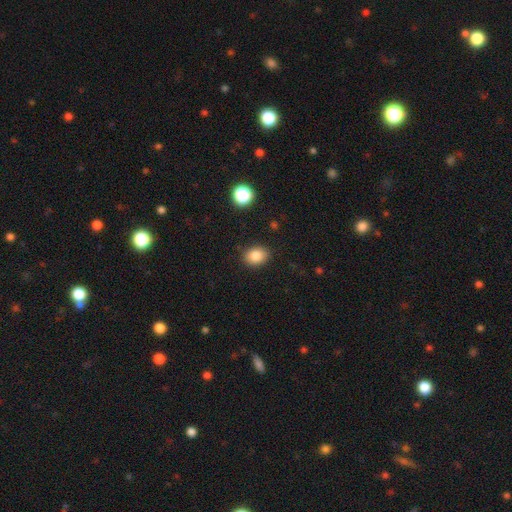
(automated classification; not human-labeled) Smooth or featured: smooth — 85% (star or artifact — 10%)
How rounded: in between — 56% (round — 43%)
Merging: none — 88% (minor disturbance — 9%)